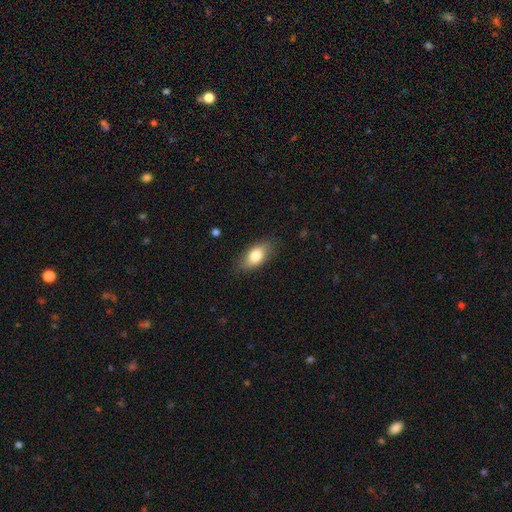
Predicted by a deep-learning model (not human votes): Morphology: type=smooth (80%); roundness=in between (90%); merging=none (81%).